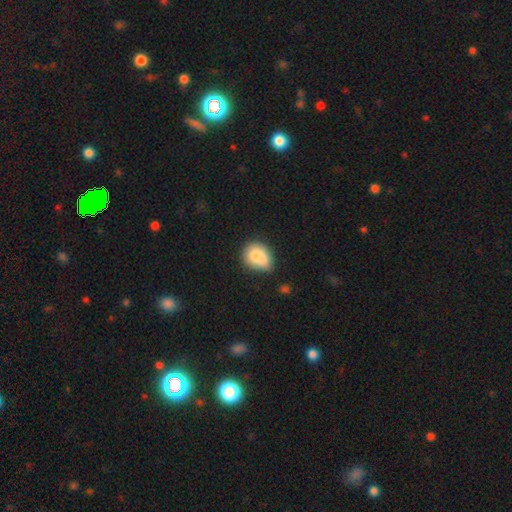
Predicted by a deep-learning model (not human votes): smooth-or-featured: smooth: 81% | featured or disk: 11% | star or artifact: 8%
  how-rounded: in between: 51% | round: 48% | cigar-shaped: 1%
  merging: none: 50% | minor disturbance: 33% | merger: 9% | major disturbance: 8%